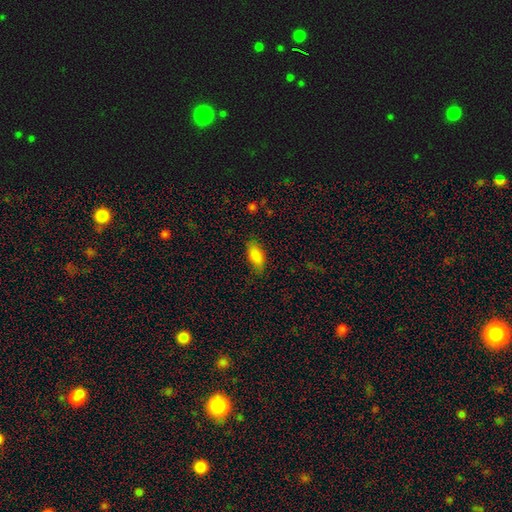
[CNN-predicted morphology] Smooth or featured? smooth (86%)
How rounded? in between (89%)
Merging? none (77%)